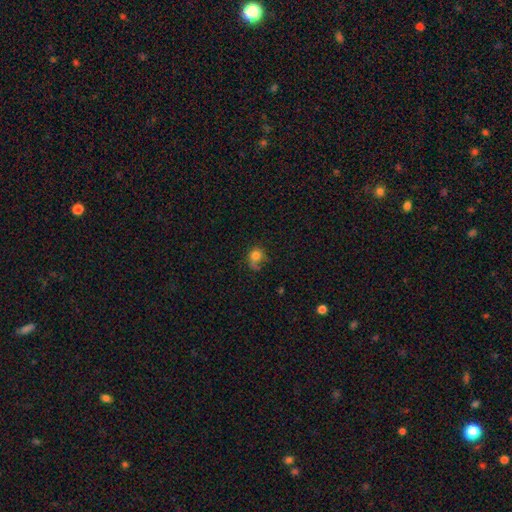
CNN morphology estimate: This is likely a smooth galaxy (76%). How rounded: likely round (73%). Merging: marginally none (44%).